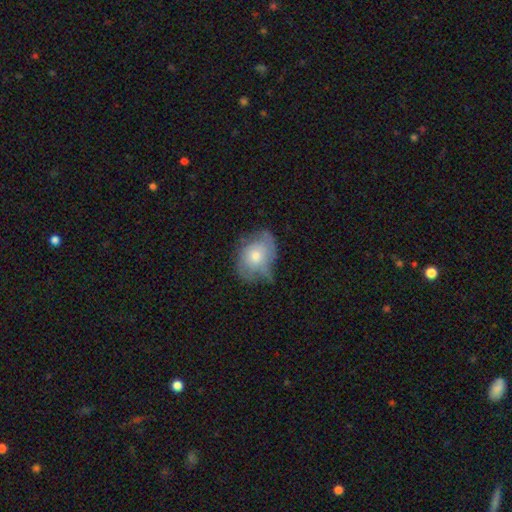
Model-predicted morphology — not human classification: smooth_or_featured: featured or disk (p=0.48) [alt: smooth p=0.45]
merging: none (p=0.48) [alt: minor disturbance p=0.35]